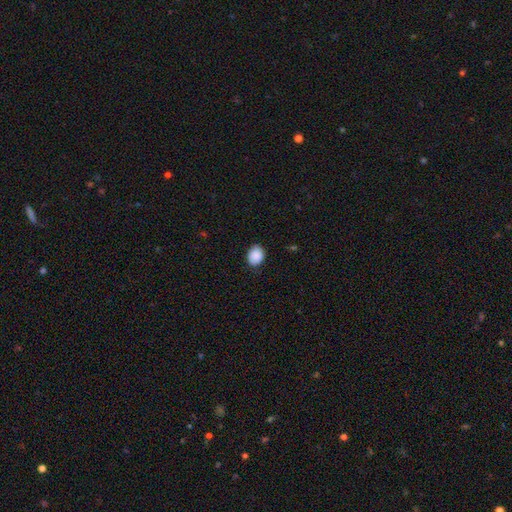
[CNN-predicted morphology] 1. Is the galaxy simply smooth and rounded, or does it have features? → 89% smooth, 8% star or artifact, 3% featured or disk.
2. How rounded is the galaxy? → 52% in between, 47% round, 1% cigar-shaped.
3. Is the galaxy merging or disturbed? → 83% none, 13% minor disturbance, 2% major disturbance, 1% merger.